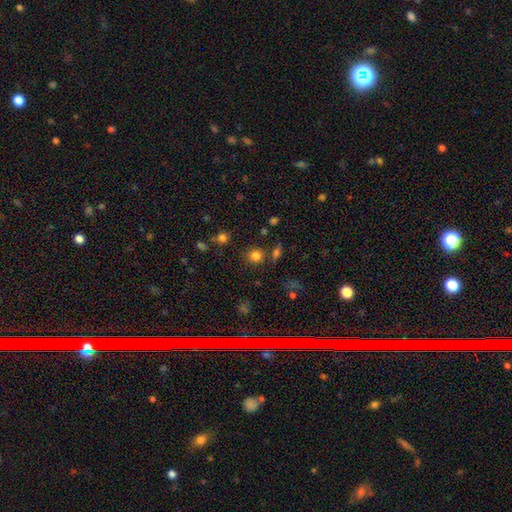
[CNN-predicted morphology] The model was most divided on "smooth or featured": smooth: 80%, star or artifact: 14%, featured or disk: 6%. More confident: how rounded — round (89%); merging — none (80%).